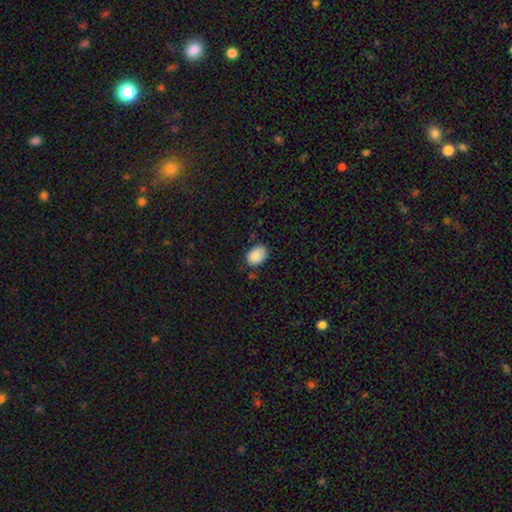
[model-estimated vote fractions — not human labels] This appears to be a smooth galaxy with no disk features (87%) that is in between round and cigar-shaped (80%). Merging: none (73%).